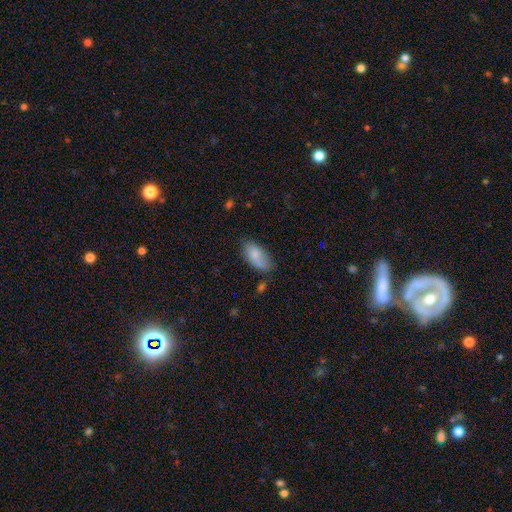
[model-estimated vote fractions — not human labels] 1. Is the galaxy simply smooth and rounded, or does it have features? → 80% smooth, 13% featured or disk, 7% star or artifact.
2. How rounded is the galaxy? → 92% in between, 5% cigar-shaped, 3% round.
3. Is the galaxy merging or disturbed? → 64% none, 26% minor disturbance, 7% major disturbance, 4% merger.